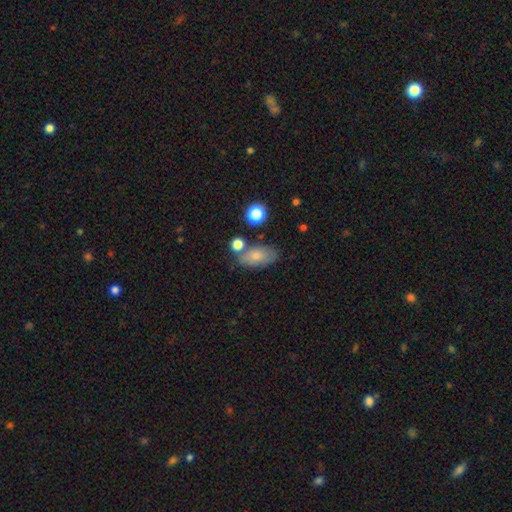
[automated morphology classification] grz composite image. It shows a smooth galaxy with no disk features (76%) that is in between round and cigar-shaped (89%). Merging: none (63%).